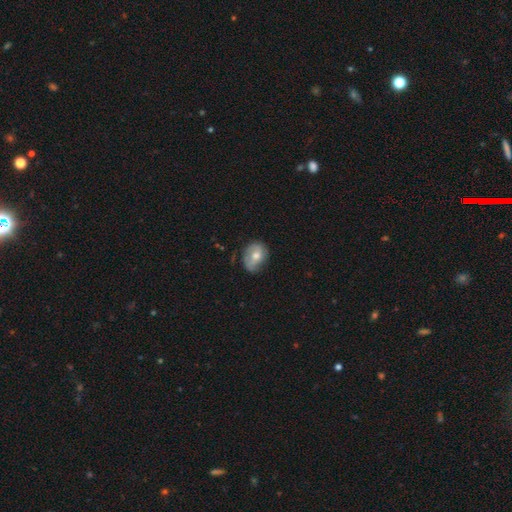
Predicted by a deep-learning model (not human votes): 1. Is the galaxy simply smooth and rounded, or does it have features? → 56% smooth, 36% featured or disk, 8% star or artifact.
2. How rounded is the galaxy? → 55% in between, 44% round, 1% cigar-shaped.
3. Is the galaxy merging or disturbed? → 59% none, 30% minor disturbance, 9% major disturbance, 2% merger.